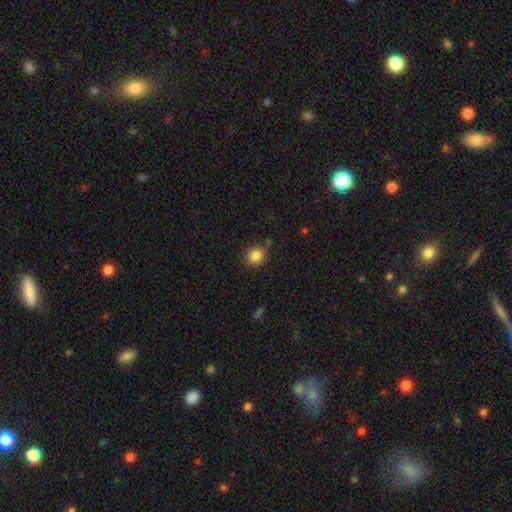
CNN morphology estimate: This is clearly a smooth galaxy (84%). How rounded: likely round (70%). Merging: clearly none (84%).